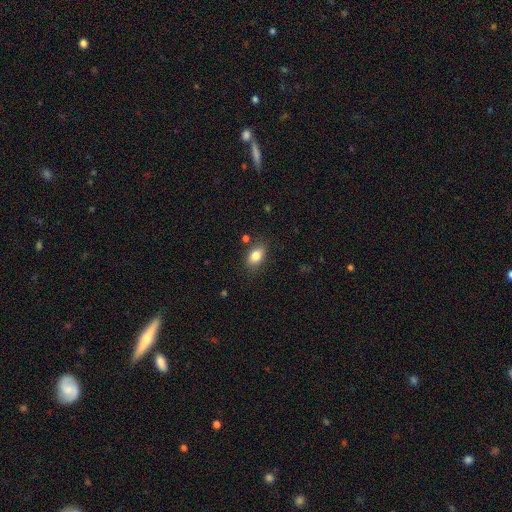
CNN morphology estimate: smooth_or_featured: smooth (p=0.82) [alt: featured or disk p=0.09]
how_rounded: in between (p=0.85) [alt: round p=0.13]
merging: none (p=0.80) [alt: minor disturbance p=0.13]